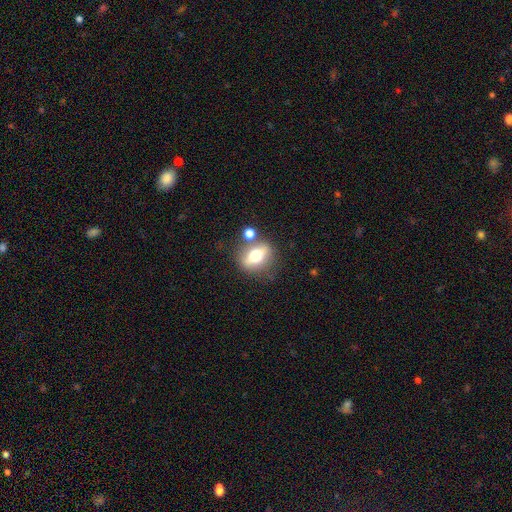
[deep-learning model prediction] This appears to be a smooth galaxy with no disk features (52%) that is in between round and cigar-shaped (52%). Merging: none (70%).